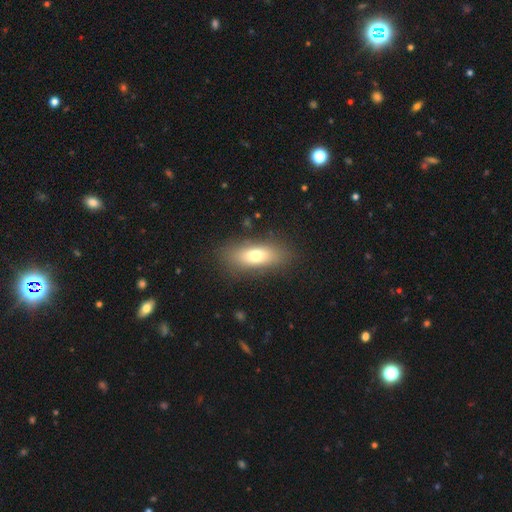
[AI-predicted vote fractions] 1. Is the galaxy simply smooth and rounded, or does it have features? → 71% smooth, 20% featured or disk, 9% star or artifact.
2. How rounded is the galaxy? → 72% in between, 23% cigar-shaped, 5% round.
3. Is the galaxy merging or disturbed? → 83% none, 11% minor disturbance, 4% major disturbance, 1% merger.